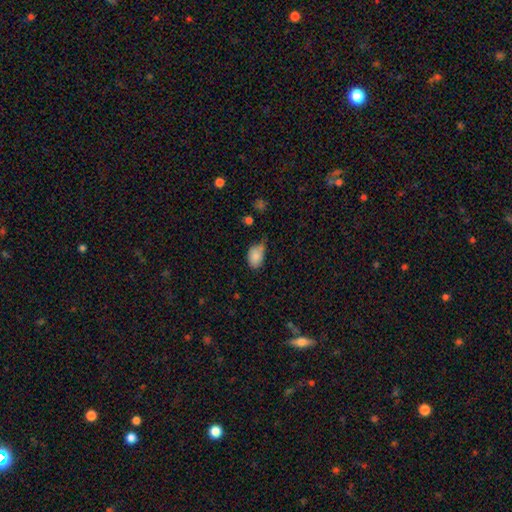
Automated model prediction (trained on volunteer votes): This appears to be a smooth galaxy with no disk features (84%) that is in between round and cigar-shaped (80%). Merging: minor disturbance (46%).